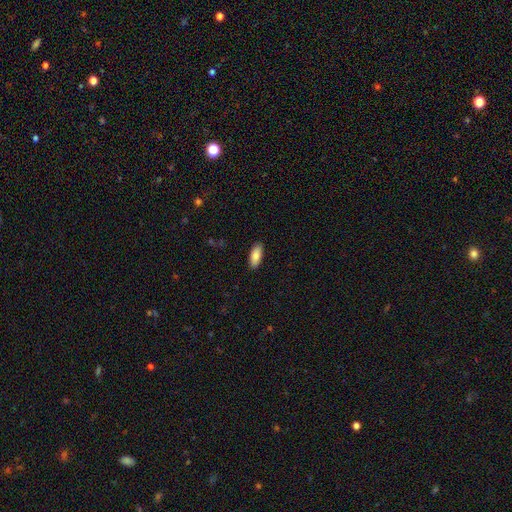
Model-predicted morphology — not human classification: A smooth galaxy with no disk features (85%) that is in between round and cigar-shaped (84%).

Vote fractions:
- Smooth or featured? smooth: 85% / featured or disk: 9% / star or artifact: 6%
- How rounded? in between: 84% / cigar-shaped: 14% / round: 2%
- Merging? none: 89% / minor disturbance: 8% / major disturbance: 2% / merger: 1%